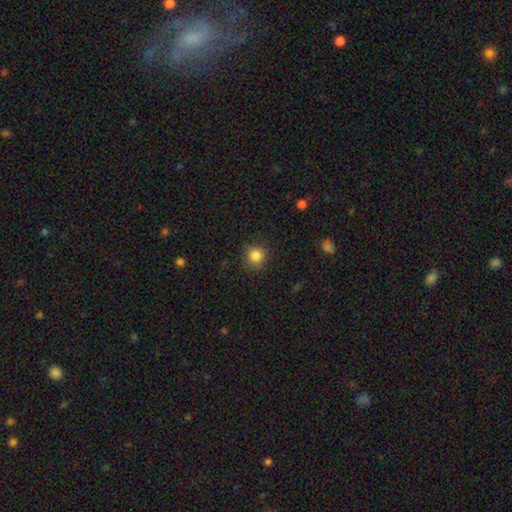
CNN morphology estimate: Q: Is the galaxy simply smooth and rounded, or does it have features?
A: smooth — 84%.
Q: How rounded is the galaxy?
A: round — 92%.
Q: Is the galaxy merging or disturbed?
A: none — 85%.